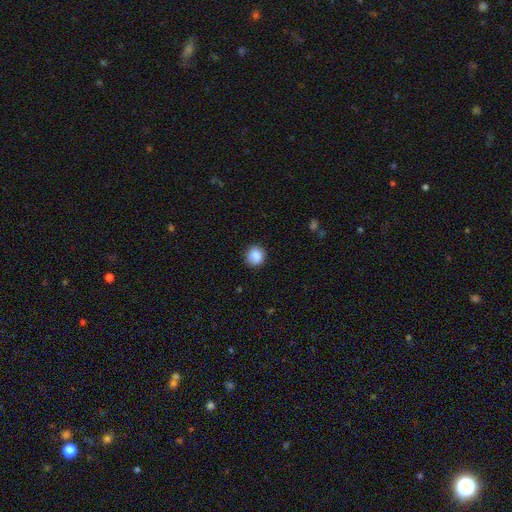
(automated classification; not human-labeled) Smooth or featured?
  - smooth: 88% *
  - star or artifact: 8%
  - featured or disk: 4%
How rounded?
  - round: 90% *
  - in between: 9%
  - cigar-shaped: 1%
Merging?
  - none: 87% *
  - minor disturbance: 9%
  - major disturbance: 2%
  - merger: 1%